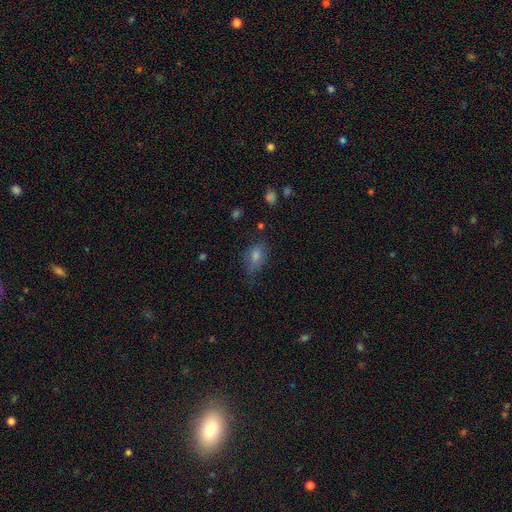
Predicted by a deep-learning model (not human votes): smooth 64%, featured or disk 18%, star or artifact 18%. Down the decision tree: how rounded — in between (76%); merging — none (64%).